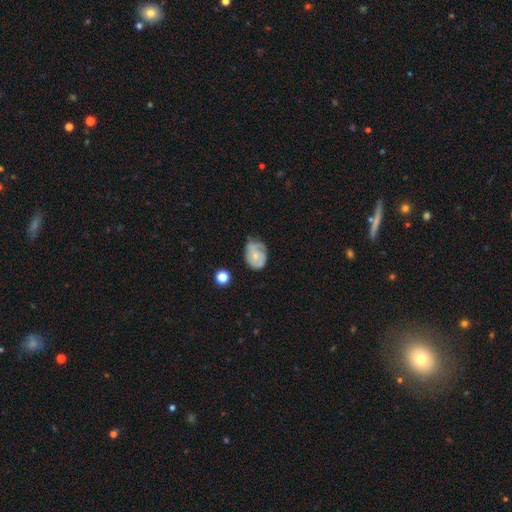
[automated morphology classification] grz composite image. It shows a featured or disk galaxy (50%). Merging: none (45%).